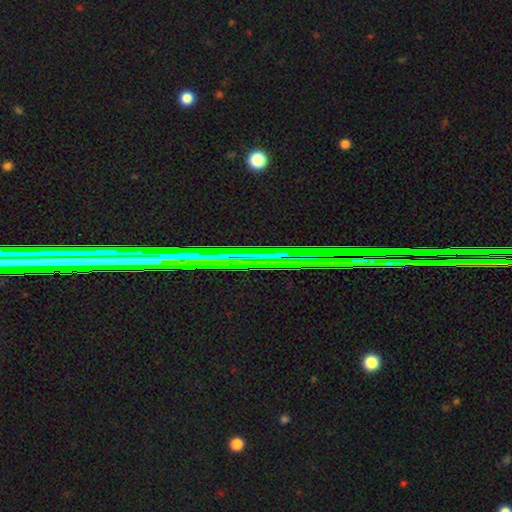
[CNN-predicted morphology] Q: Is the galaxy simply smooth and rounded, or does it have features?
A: star or artifact — 71%.